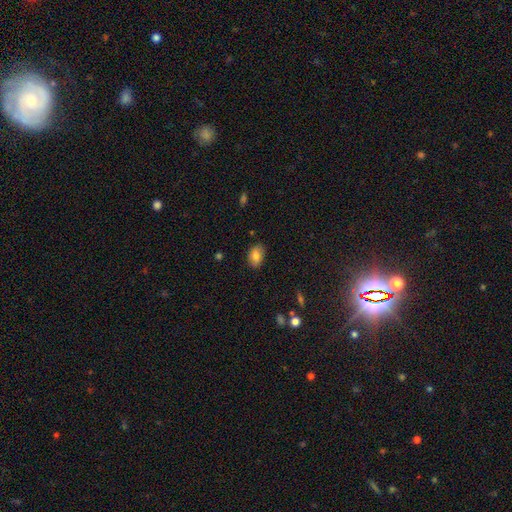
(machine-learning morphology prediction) A smooth galaxy with no disk features (82%) that is in between round and cigar-shaped (83%).

Vote fractions:
- Smooth or featured? smooth: 82% / star or artifact: 9% / featured or disk: 9%
- How rounded? in between: 83% / round: 16% / cigar-shaped: 1%
- Merging? none: 83% / minor disturbance: 13% / major disturbance: 2% / merger: 1%